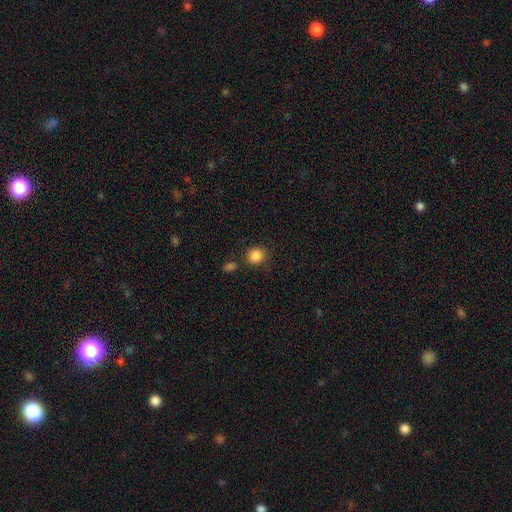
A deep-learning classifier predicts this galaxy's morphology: A smooth galaxy with no disk features (86%) that is round (85%).

Vote fractions:
- Smooth or featured? smooth: 86% / star or artifact: 10% / featured or disk: 4%
- How rounded? round: 85% / in between: 14% / cigar-shaped: 1%
- Merging? none: 80% / minor disturbance: 10% / merger: 7% / major disturbance: 4%